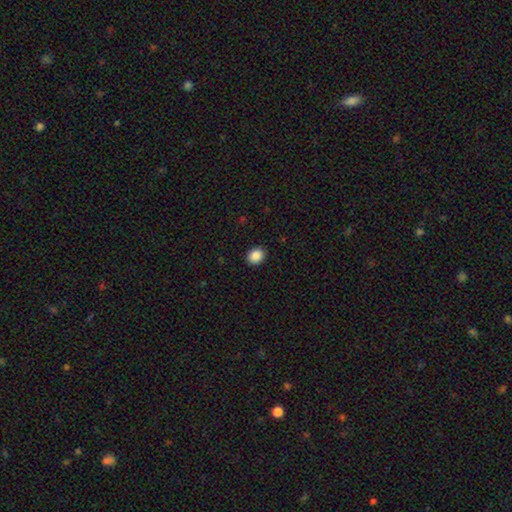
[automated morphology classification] This appears to be a smooth galaxy with no disk features (88%) that is round (60%). Merging: none (91%).